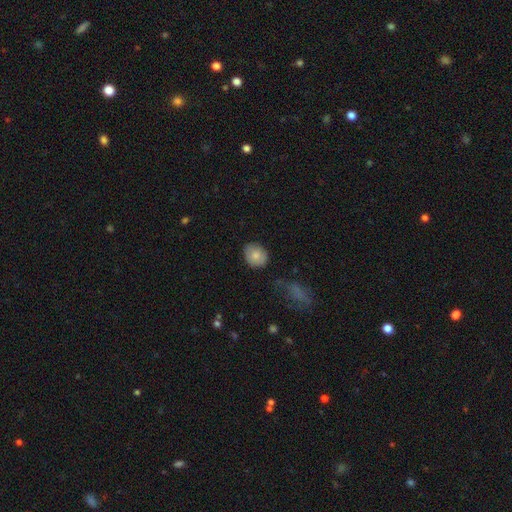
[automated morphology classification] A smooth galaxy with no disk features (80%) that is round (60%).

Vote fractions:
- Smooth or featured? smooth: 80% / featured or disk: 13% / star or artifact: 8%
- How rounded? round: 60% / in between: 39% / cigar-shaped: 1%
- Merging? none: 79% / minor disturbance: 16% / major disturbance: 3% / merger: 2%